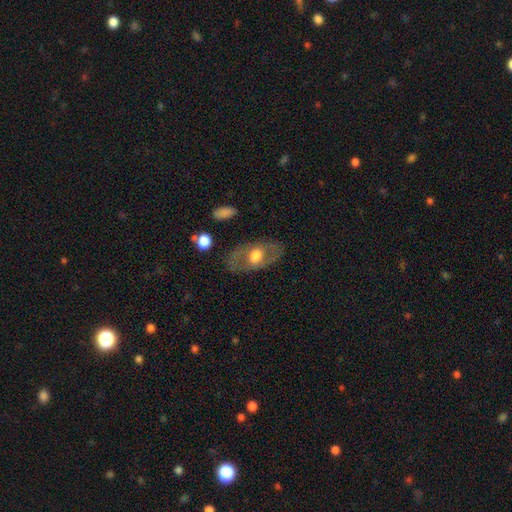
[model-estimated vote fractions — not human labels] Smooth or featured?
  - featured or disk: 51% *
  - smooth: 42%
  - star or artifact: 6%
Edge-on disk?
  - no: 86% *
  - yes: 14%
Merging?
  - none: 77% *
  - minor disturbance: 14%
  - major disturbance: 7%
  - merger: 2%